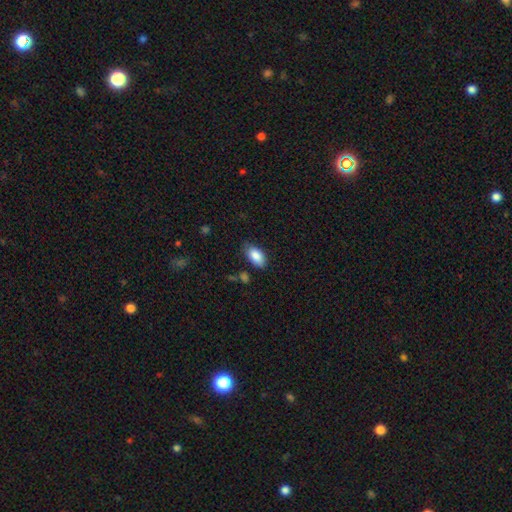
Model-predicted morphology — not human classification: type=smooth (87%); roundness=in between (93%); merging=none (76%).